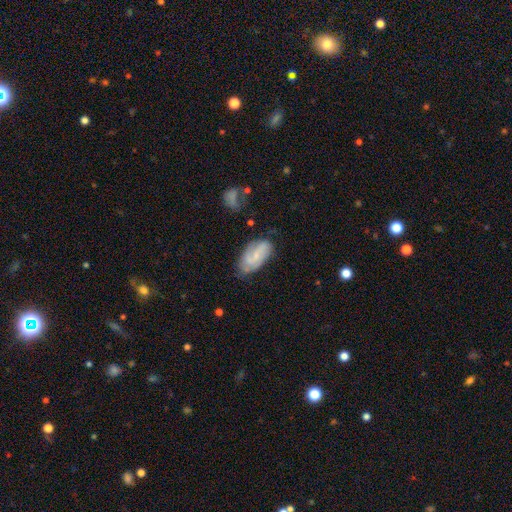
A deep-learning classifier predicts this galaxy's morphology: A featured or disk galaxy (55%) with no bar (43%, tied with weak), spiral arms (84%) and a small central bulge (66%). Merging: none (62%).